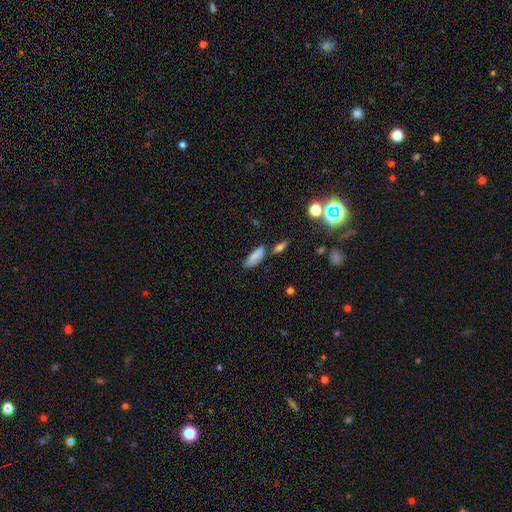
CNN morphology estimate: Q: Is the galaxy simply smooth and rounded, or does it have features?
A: smooth — 83%.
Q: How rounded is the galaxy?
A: in between — 69%.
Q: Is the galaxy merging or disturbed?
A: none — 66%.